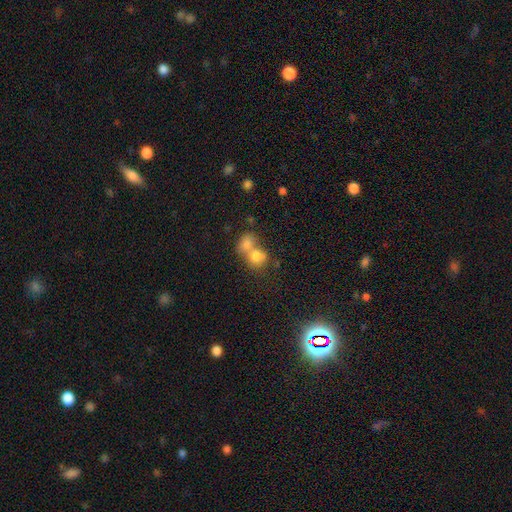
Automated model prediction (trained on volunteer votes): smooth 76%, featured or disk 13%, star or artifact 11%. Down the decision tree: how rounded — round (67%); merging — merger (65%).